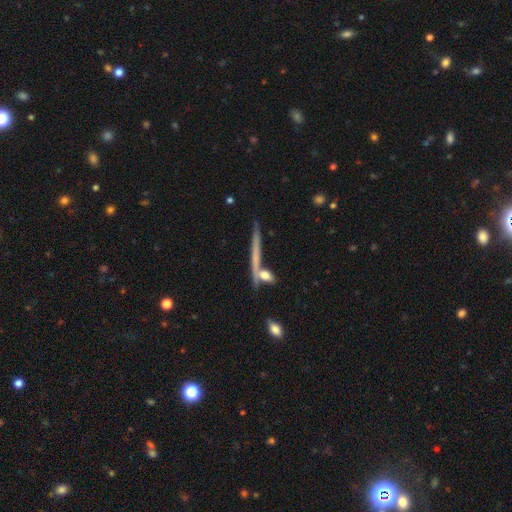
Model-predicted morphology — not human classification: Overall: featured or disk (50%; smooth 41%). Merging: none (69%).